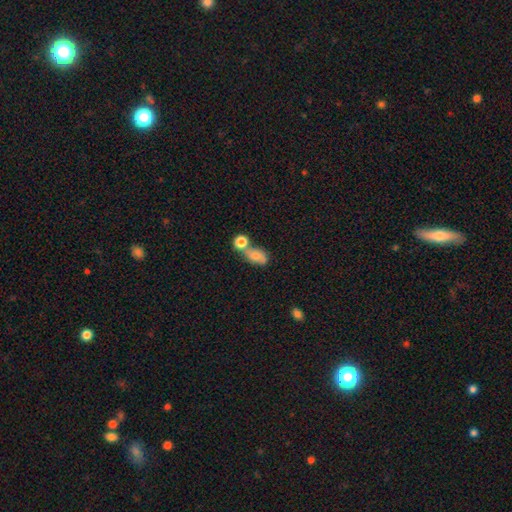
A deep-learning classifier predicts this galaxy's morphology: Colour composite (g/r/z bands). It shows a smooth galaxy with no disk features (71%) that is in between round and cigar-shaped (76%). Merging: none (40%).